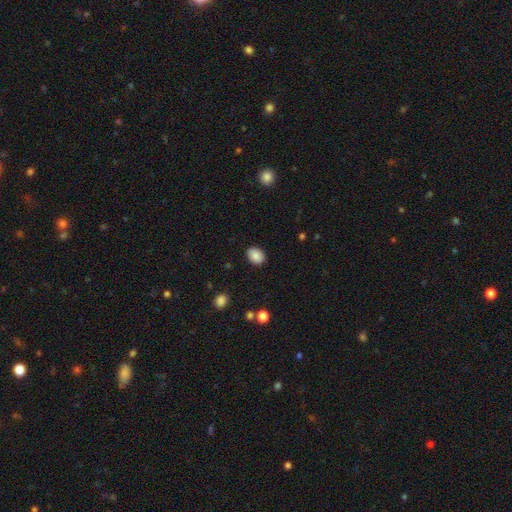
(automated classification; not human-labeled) Morphology: type=smooth (86%); roundness=in between (64%); merging=none (88%).